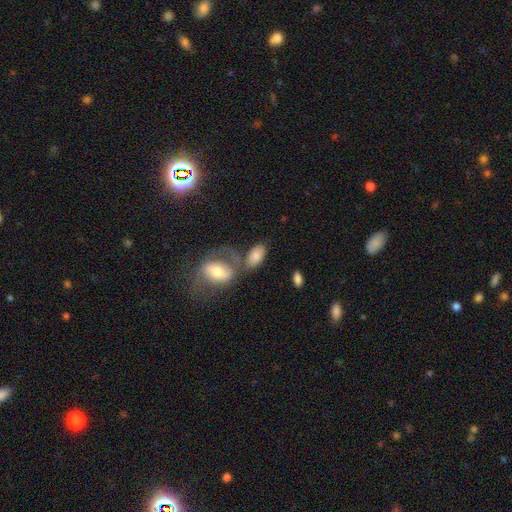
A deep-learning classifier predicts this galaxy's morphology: A smooth galaxy with no disk features (76%) that is in between round and cigar-shaped (92%).

Vote fractions:
- Smooth or featured? smooth: 76% / featured or disk: 17% / star or artifact: 7%
- How rounded? in between: 92% / round: 6% / cigar-shaped: 2%
- Merging? none: 39% / merger: 33% / minor disturbance: 17% / major disturbance: 11%